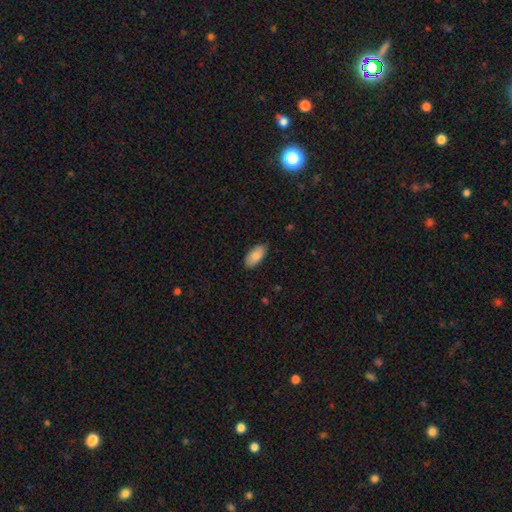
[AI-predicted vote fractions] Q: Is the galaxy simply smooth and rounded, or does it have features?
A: smooth — 85%.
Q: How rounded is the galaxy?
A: in between — 93%.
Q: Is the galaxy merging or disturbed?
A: none — 83%.